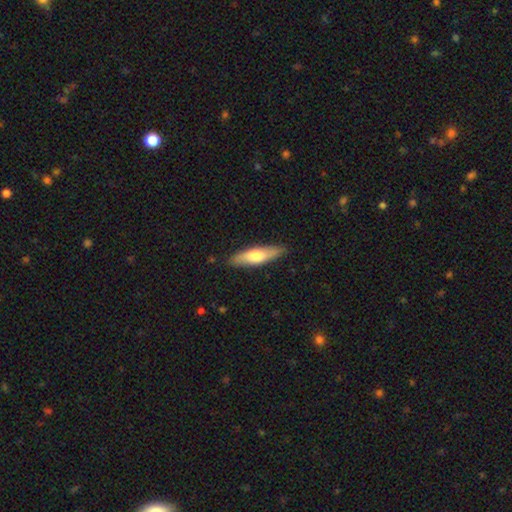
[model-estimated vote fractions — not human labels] Overall: smooth (59%; featured or disk 36%). How rounded: cigar-shaped (68%; in between 31%). Merging: none (87%).